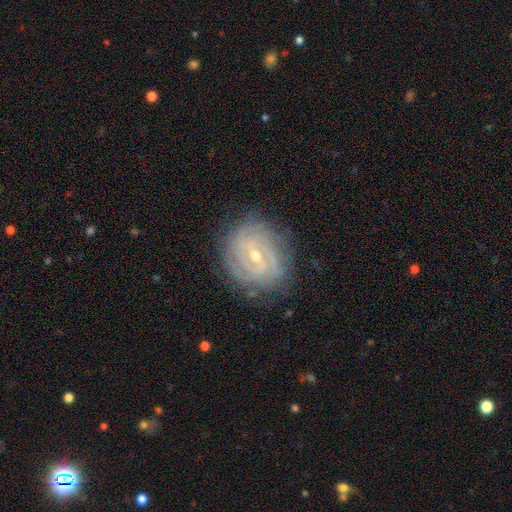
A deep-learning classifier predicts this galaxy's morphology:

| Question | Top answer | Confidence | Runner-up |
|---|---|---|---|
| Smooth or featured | featured or disk | 86% | smooth (8%) |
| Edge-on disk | no | 97% | yes (3%) |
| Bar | weak | 51% | strong (26%) |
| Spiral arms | yes | 96% | no (4%) |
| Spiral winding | tight | 77% | medium (19%) |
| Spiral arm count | can't tell | 30% | 2 (25%) |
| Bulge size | small | 56% | moderate (41%) |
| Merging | none | 81% | minor disturbance (14%) |